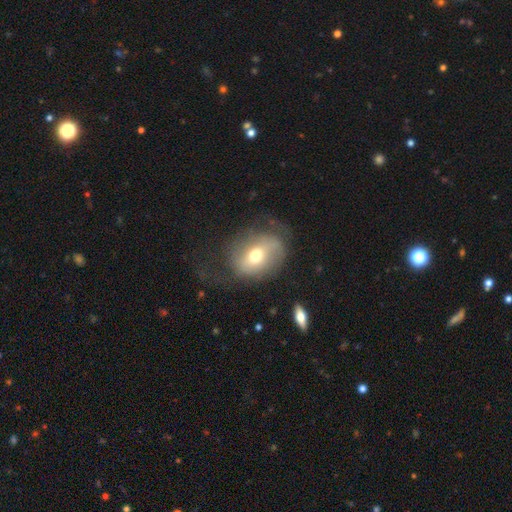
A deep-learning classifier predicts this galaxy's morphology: Overall: smooth (53%; featured or disk 37%). How rounded: in between (51%; round 48%). Merging: none (47%; major disturbance 29%).